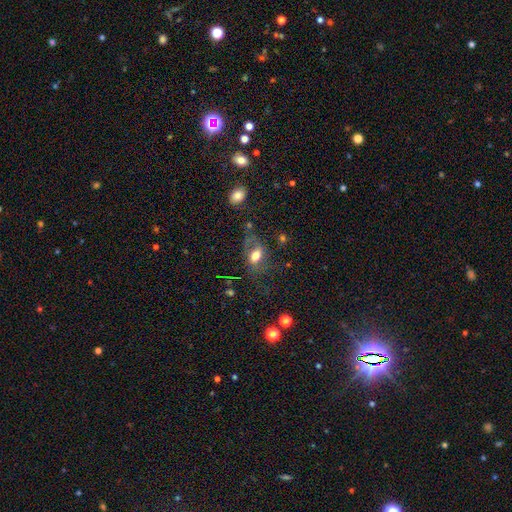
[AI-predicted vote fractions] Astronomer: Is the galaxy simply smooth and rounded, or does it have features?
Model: smooth — 65%.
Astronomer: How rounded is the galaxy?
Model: in between — 82%.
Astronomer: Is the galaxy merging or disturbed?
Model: none — 46% (runner-up: major disturbance, 25%).